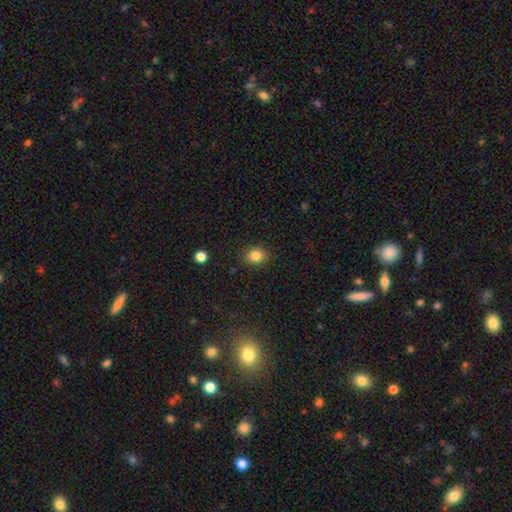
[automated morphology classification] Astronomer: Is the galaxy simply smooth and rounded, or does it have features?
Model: smooth — 83%.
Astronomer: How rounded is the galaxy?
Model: round — 64%.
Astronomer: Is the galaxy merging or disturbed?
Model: none — 88%.